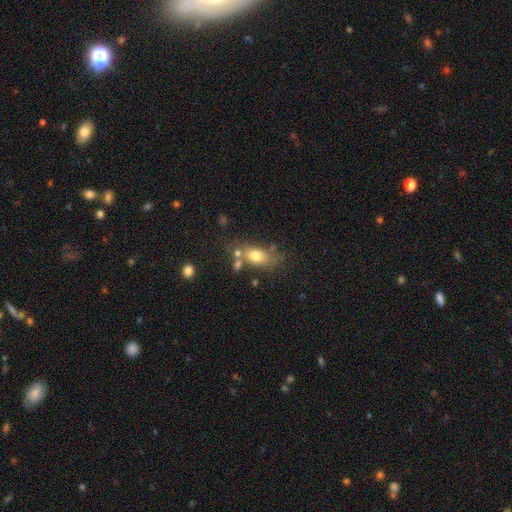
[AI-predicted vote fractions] A smooth galaxy with no disk features (74%) that is in between round and cigar-shaped (80%).

Vote fractions:
- Smooth or featured? smooth: 74% / featured or disk: 17% / star or artifact: 9%
- How rounded? in between: 80% / round: 12% / cigar-shaped: 8%
- Merging? none: 56% / merger: 19% / minor disturbance: 17% / major disturbance: 8%